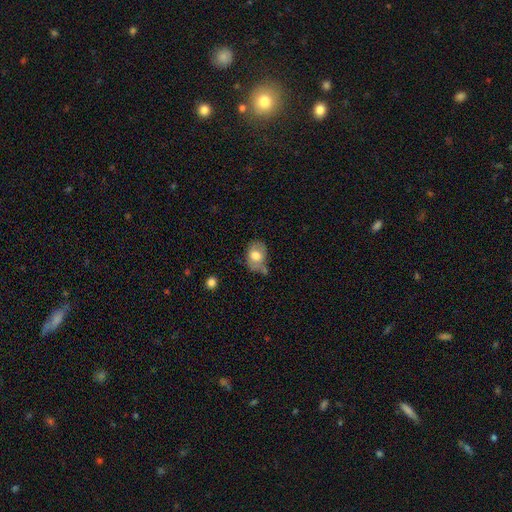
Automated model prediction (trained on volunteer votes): The model was most divided on "merging": none: 45%, minor disturbance: 30%, merger: 14%, major disturbance: 11%. More confident: how rounded — in between (71%); smooth or featured — smooth (67%).